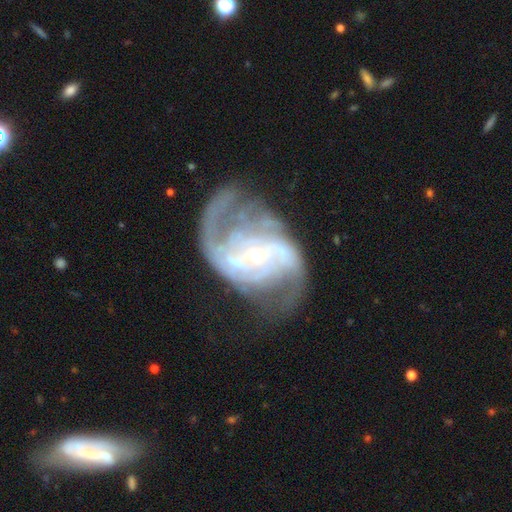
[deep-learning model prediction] Overall: featured or disk (88%). Edge-on disk: no (97%). Bar: no (56%; weak 30%). Spiral arms: yes (93%). Spiral arm count: 2 (59%). Spiral winding: medium (46%; loose 29%). Bulge size: small (69%). Merging: none (45%; major disturbance 29%).